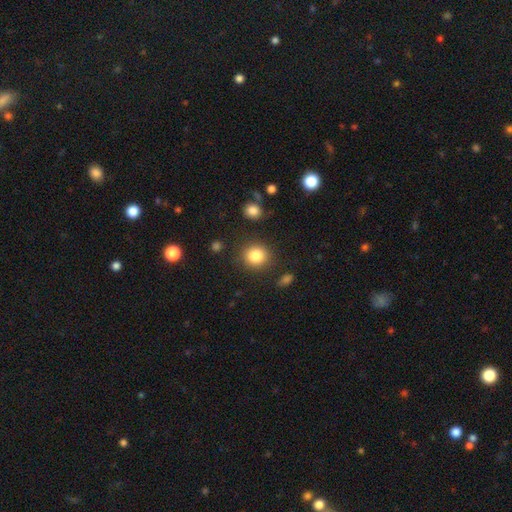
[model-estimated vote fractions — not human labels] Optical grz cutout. It shows a smooth galaxy with no disk features (84%) that is round (85%). Merging: none (86%).